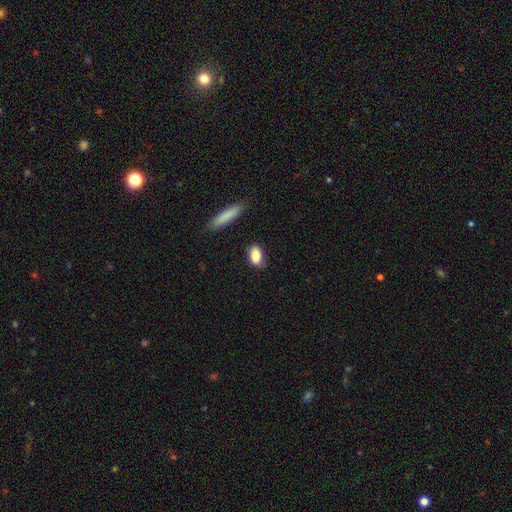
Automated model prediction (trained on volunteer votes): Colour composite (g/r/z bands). It shows a smooth galaxy with no disk features (87%) that is in between round and cigar-shaped (87%). Merging: none (74%).